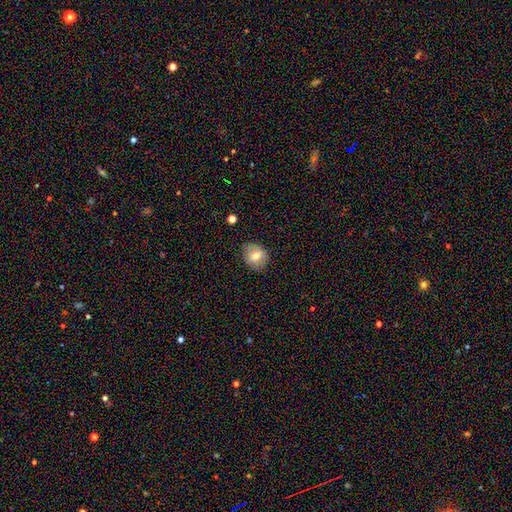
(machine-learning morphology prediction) This appears to be a smooth galaxy with no disk features (63%) that is round (53%). Merging: none (78%).